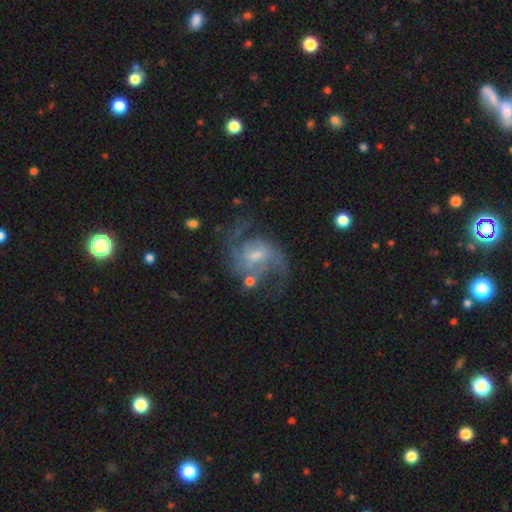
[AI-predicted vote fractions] smooth_or_featured: featured or disk (p=0.85) [alt: smooth p=0.08]
disk_edge_on: no (p=0.98) [alt: yes p=0.02]
bar: weak (p=0.55) [alt: no p=0.33]
has_spiral_arms: yes (p=0.94) [alt: no p=0.06]
spiral_winding: medium (p=0.49) [alt: loose p=0.36]
spiral_arm_count: 2 (p=0.67) [alt: can't tell p=0.11]
bulge_size: small (p=0.43) [alt: moderate p=0.41]
merging: none (p=0.54) [alt: major disturbance p=0.21]